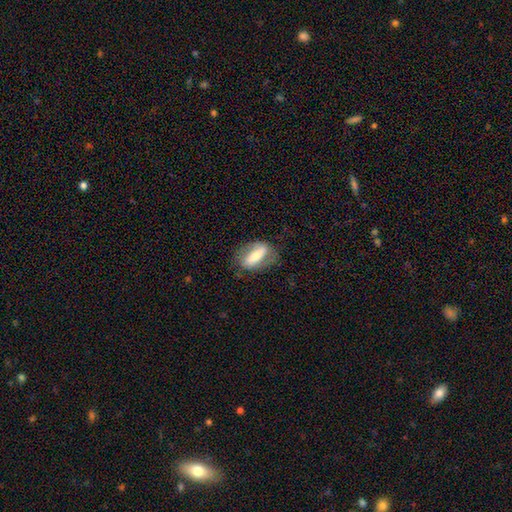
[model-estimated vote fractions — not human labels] This is possibly a featured or disk galaxy (53%). It is clearly not viewed edge-on (81%). Merging: likely none (68%).